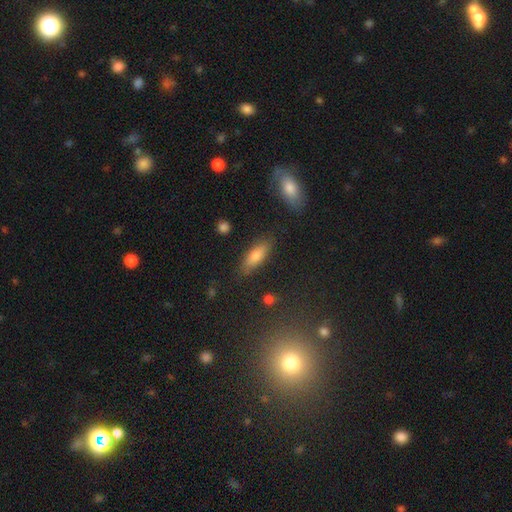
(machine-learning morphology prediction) This is likely a smooth galaxy (74%). How rounded: possibly in between (59%). Merging: clearly none (83%).